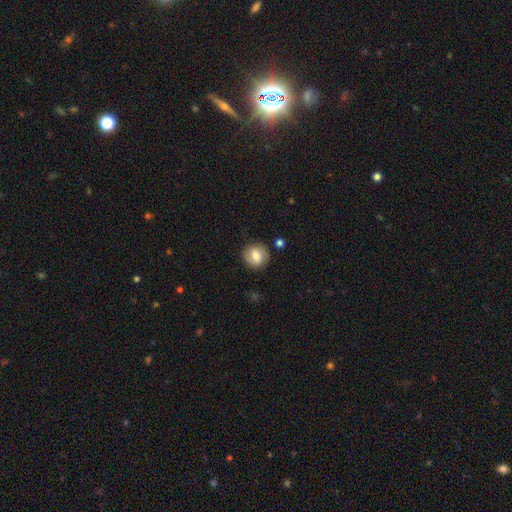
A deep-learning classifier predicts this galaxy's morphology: A smooth galaxy with no disk features (76%) that is round (87%). Merging: none (87%).